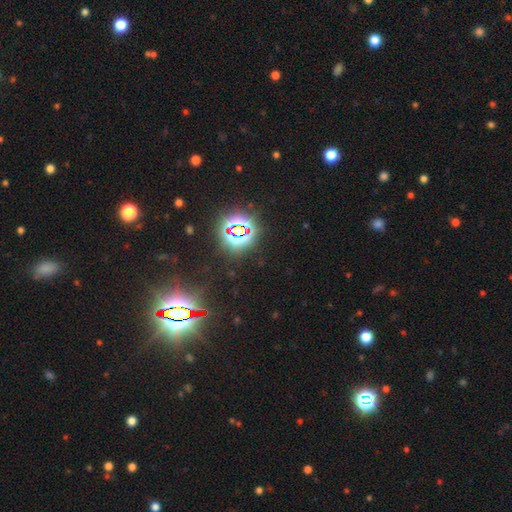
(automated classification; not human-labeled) A star or artifact, not a galaxy (82%).